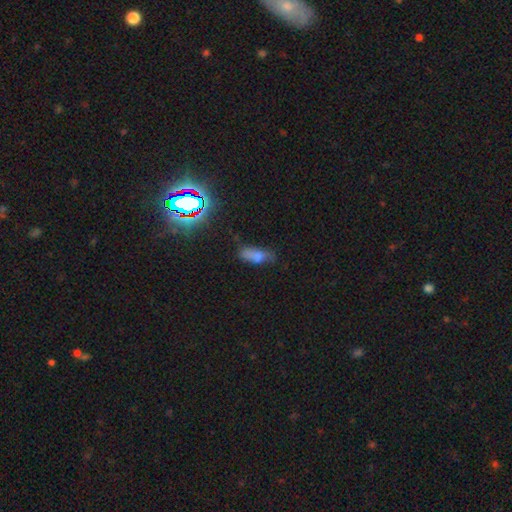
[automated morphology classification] Smooth or featured?
  - smooth: 69% *
  - star or artifact: 16%
  - featured or disk: 15%
How rounded?
  - in between: 72% *
  - cigar-shaped: 24%
  - round: 4%
Merging?
  - none: 50% *
  - minor disturbance: 31%
  - major disturbance: 13%
  - merger: 6%